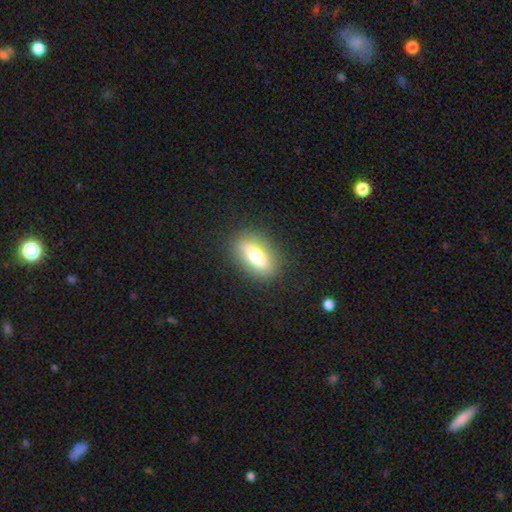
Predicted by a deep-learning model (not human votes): A smooth galaxy with no disk features (67%) that is in between round and cigar-shaped (75%).

Vote fractions:
- Smooth or featured? smooth: 67% / featured or disk: 25% / star or artifact: 8%
- How rounded? in between: 75% / cigar-shaped: 19% / round: 6%
- Merging? none: 85% / minor disturbance: 10% / major disturbance: 4% / merger: 1%